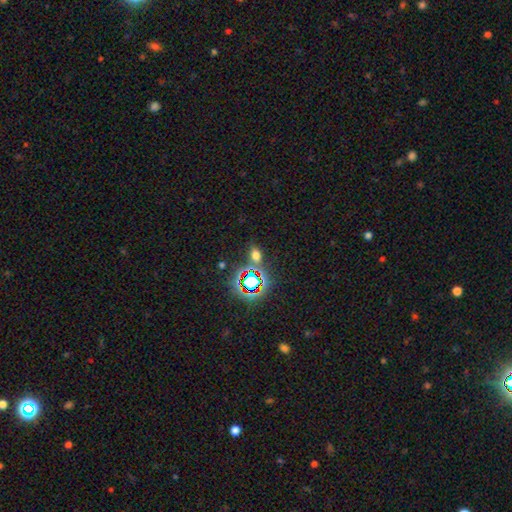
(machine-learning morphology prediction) This appears to be a smooth galaxy with no disk features (54%) that is in between round and cigar-shaped (70%). Merging: none (74%).